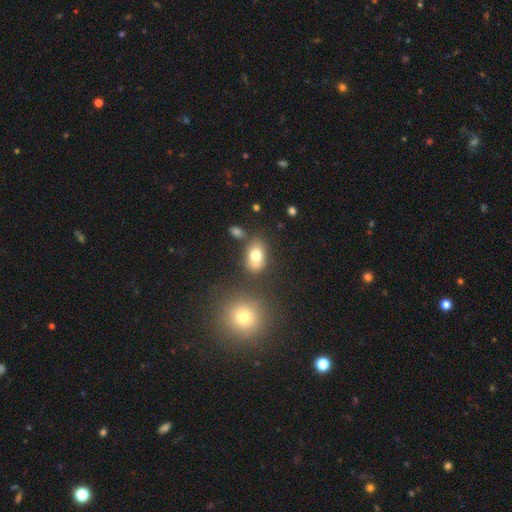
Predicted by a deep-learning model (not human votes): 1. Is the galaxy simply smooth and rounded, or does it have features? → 76% smooth, 14% featured or disk, 10% star or artifact.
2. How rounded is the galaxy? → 83% in between, 16% round, 2% cigar-shaped.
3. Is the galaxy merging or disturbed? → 71% none, 15% minor disturbance, 10% merger, 5% major disturbance.